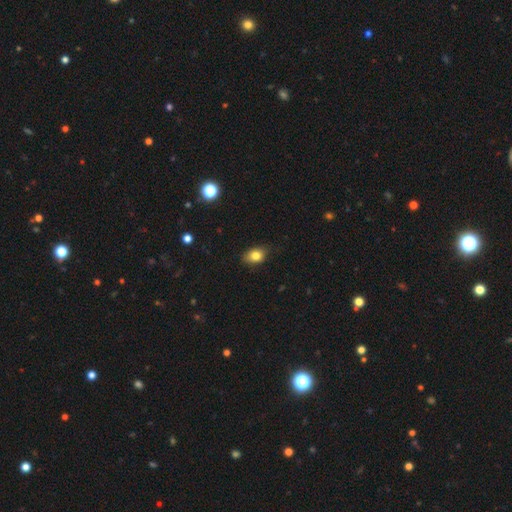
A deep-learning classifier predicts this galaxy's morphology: type=smooth (82%); roundness=in between (73%); merging=none (77%).